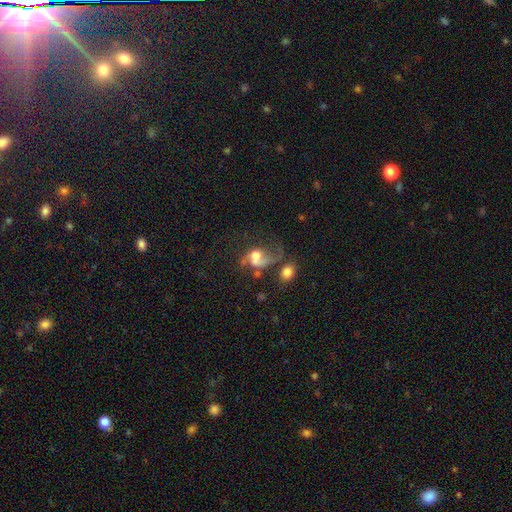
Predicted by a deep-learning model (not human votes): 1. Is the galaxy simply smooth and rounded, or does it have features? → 54% featured or disk, 33% smooth, 13% star or artifact.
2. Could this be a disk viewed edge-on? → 96% no, 4% yes.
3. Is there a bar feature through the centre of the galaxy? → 69% no, 25% weak, 7% strong.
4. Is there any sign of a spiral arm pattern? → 68% yes, 32% no.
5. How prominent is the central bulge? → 47% moderate, 26% large, 15% small, 7% none, 4% dominant.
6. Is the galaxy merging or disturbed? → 40% major disturbance, 25% merger, 22% none, 14% minor disturbance.